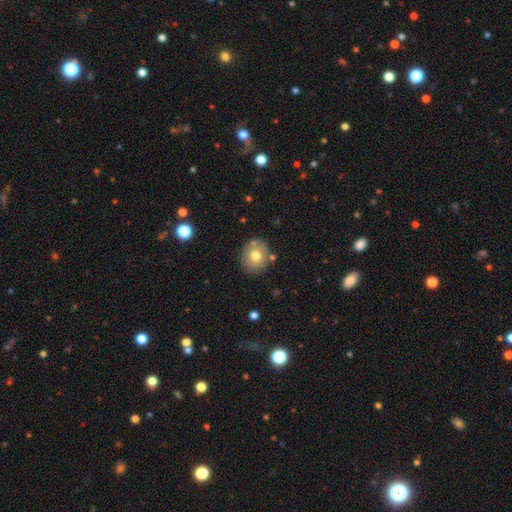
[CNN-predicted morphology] Smooth or featured?
  - smooth: 72% *
  - featured or disk: 18%
  - star or artifact: 10%
How rounded?
  - round: 76% *
  - in between: 23%
  - cigar-shaped: 1%
Merging?
  - none: 80% *
  - minor disturbance: 11%
  - merger: 6%
  - major disturbance: 3%